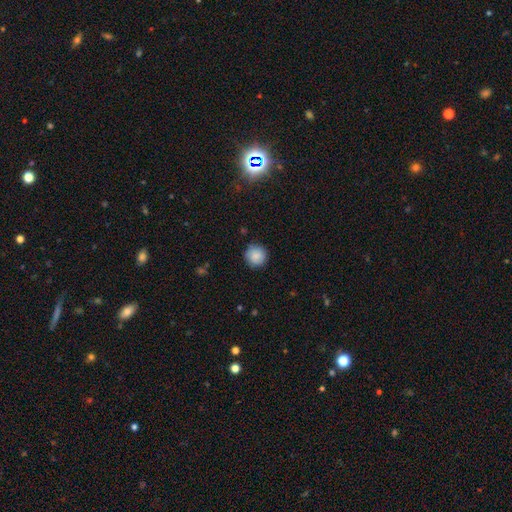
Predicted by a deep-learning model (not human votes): Smooth or featured: smooth — 86% (star or artifact — 8%)
How rounded: round — 94% (in between — 5%)
Merging: none — 85% (minor disturbance — 11%)